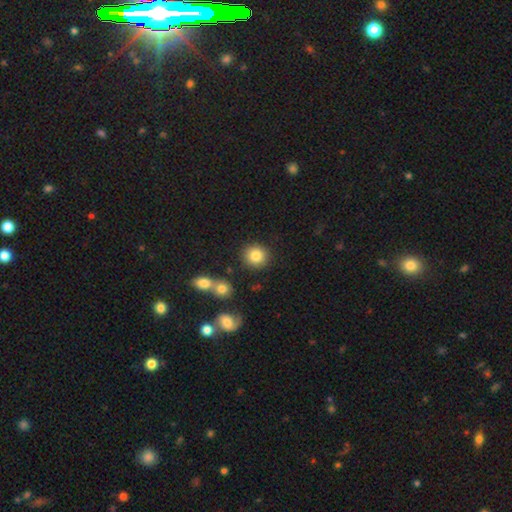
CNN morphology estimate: The model was most divided on "smooth or featured": smooth: 84%, star or artifact: 9%, featured or disk: 7%. More confident: how rounded — round (87%); merging — none (85%).